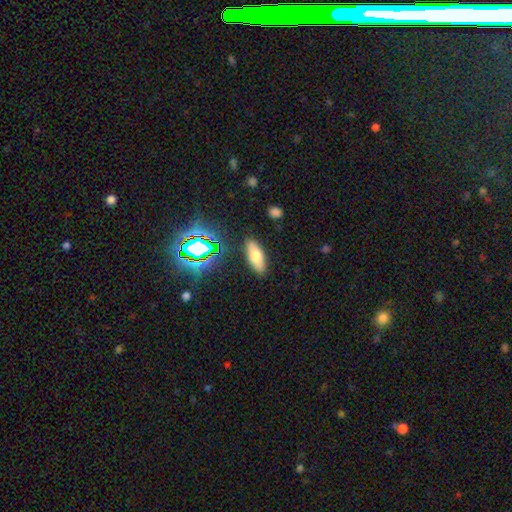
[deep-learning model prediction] This is likely a smooth galaxy (64%). How rounded: likely in between (72%). Merging: clearly none (86%).